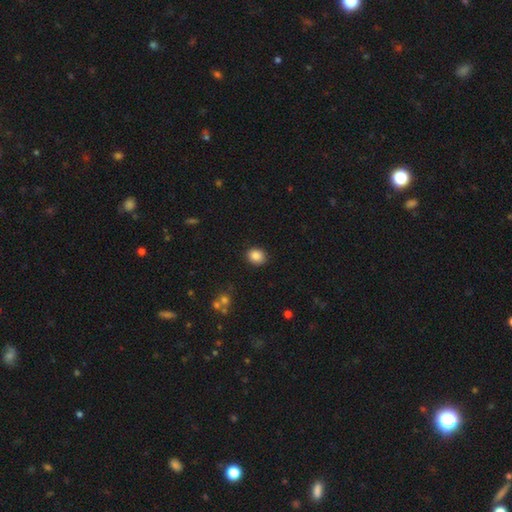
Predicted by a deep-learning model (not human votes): A smooth galaxy with no disk features (86%) that is round (63%). Merging: none (89%).